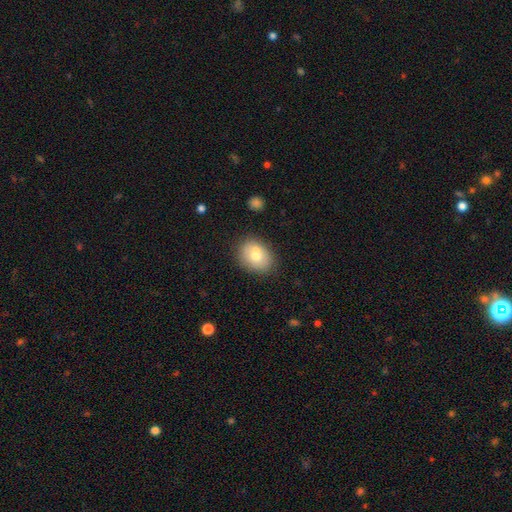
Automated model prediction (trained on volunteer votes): Smooth or featured: smooth — 70% (featured or disk — 21%)
How rounded: in between — 53% (round — 46%)
Merging: none — 65% (merger — 17%)